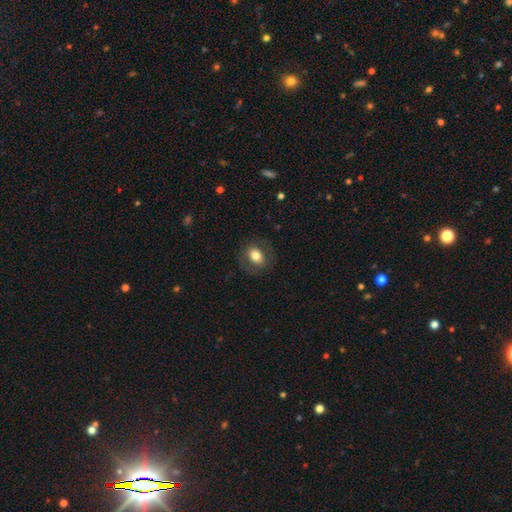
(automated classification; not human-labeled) A smooth galaxy with no disk features (73%) that is in between round and cigar-shaped (56%).

Vote fractions:
- Smooth or featured? smooth: 73% / featured or disk: 19% / star or artifact: 8%
- How rounded? in between: 56% / round: 43% / cigar-shaped: 1%
- Merging? none: 81% / minor disturbance: 11% / major disturbance: 7% / merger: 1%